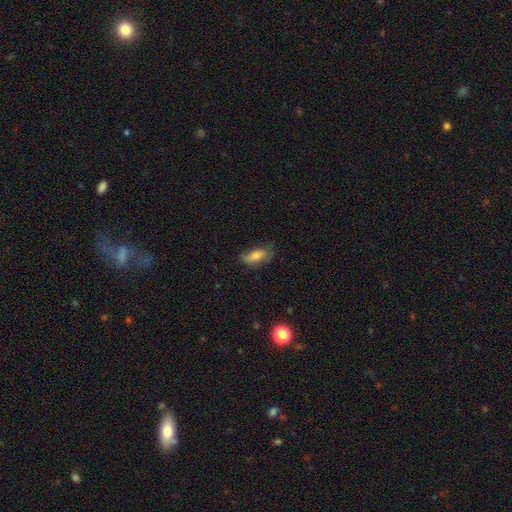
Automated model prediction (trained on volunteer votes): Smooth or featured?
  - smooth: 66% *
  - featured or disk: 25%
  - star or artifact: 9%
How rounded?
  - in between: 81% *
  - cigar-shaped: 14%
  - round: 4%
Merging?
  - none: 58% *
  - minor disturbance: 30%
  - major disturbance: 11%
  - merger: 2%